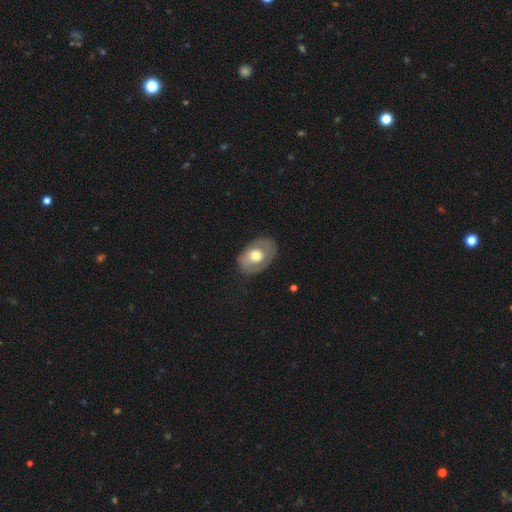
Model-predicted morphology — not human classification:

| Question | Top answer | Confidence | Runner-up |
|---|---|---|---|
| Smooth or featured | smooth | 52% | featured or disk (42%) |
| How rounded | in between | 80% | round (19%) |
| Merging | none | 68% | minor disturbance (22%) |